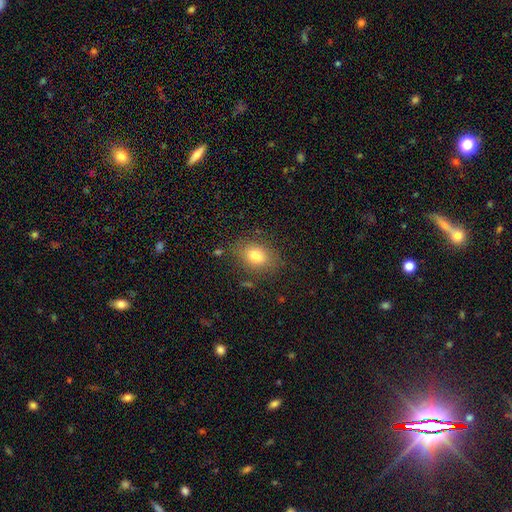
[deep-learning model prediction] The model was most divided on "how rounded": in between: 65%, round: 34%, cigar-shaped: 1%. More confident: merging — none (80%); smooth or featured — smooth (78%).